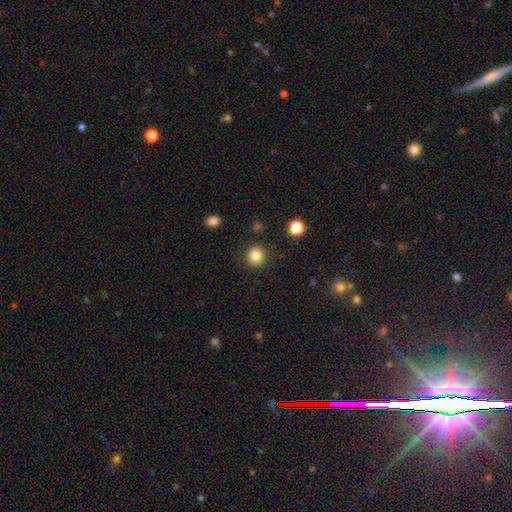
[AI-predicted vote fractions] The model was most divided on "smooth or featured": smooth: 83%, star or artifact: 11%, featured or disk: 6%. More confident: how rounded — round (92%); merging — none (89%).